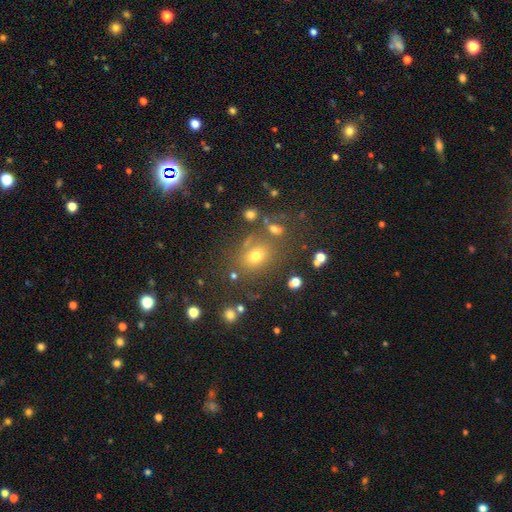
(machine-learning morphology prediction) The model was most divided on "how rounded": round: 53%, in between: 46%, cigar-shaped: 1%. More confident: merging — none (68%); smooth or featured — smooth (67%).